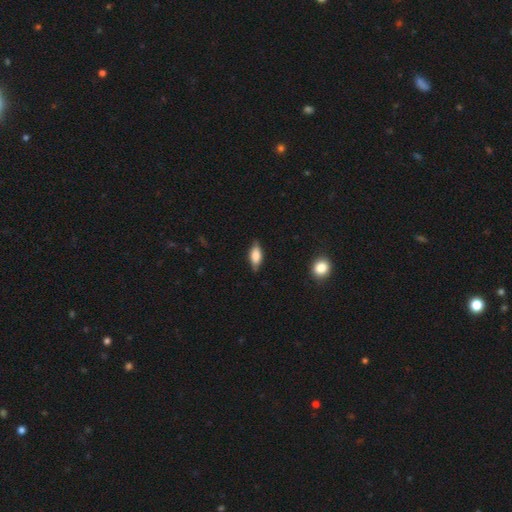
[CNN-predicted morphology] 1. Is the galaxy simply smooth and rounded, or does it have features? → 70% smooth, 22% featured or disk, 7% star or artifact.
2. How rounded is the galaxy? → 82% in between, 15% cigar-shaped, 3% round.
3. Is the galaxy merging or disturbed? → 78% none, 17% minor disturbance, 3% major disturbance, 1% merger.